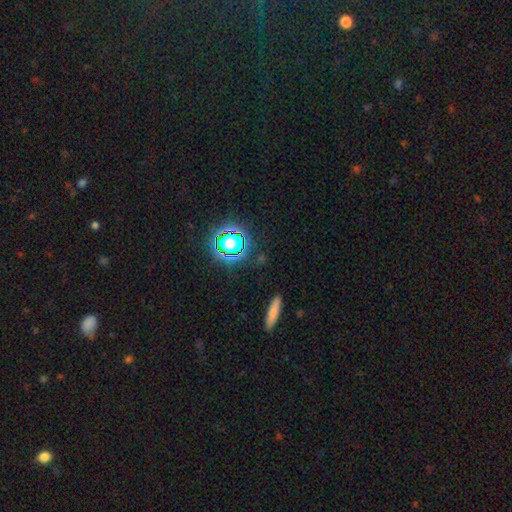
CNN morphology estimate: Overall: star or artifact (65%).